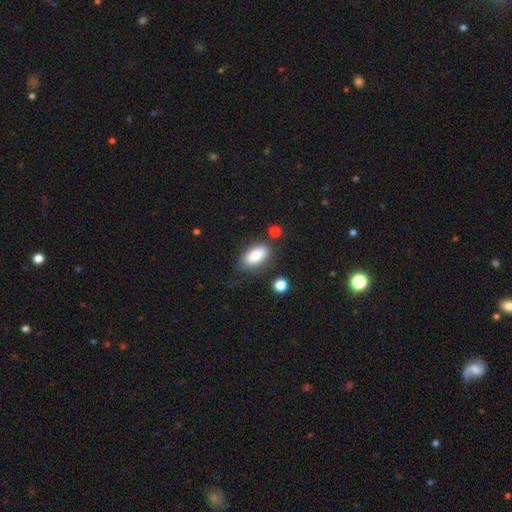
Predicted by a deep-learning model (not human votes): Smooth or featured: smooth — 87% (star or artifact — 7%)
How rounded: in between — 91% (cigar-shaped — 5%)
Merging: none — 72% (minor disturbance — 17%)